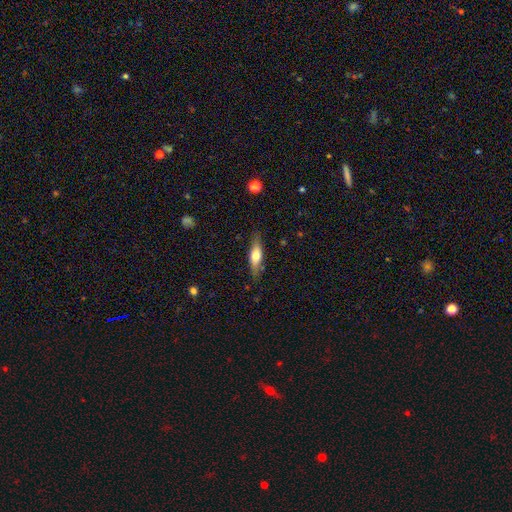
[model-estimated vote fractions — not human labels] smooth 58%, featured or disk 36%, star or artifact 6%. Down the decision tree: how rounded — cigar-shaped (55%); merging — none (80%).